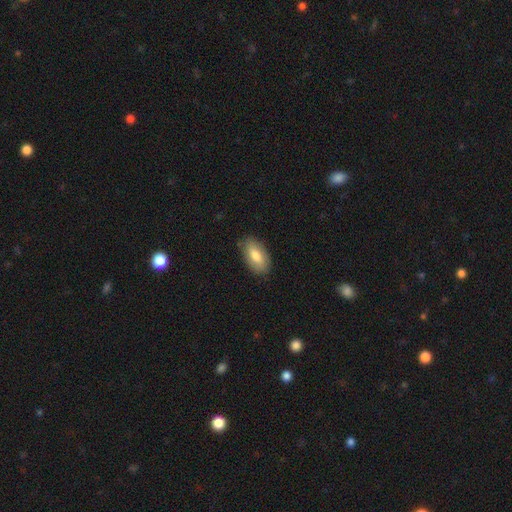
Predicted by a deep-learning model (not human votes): This appears to be a smooth galaxy with no disk features (80%) that is in between round and cigar-shaped (92%). Merging: none (83%).